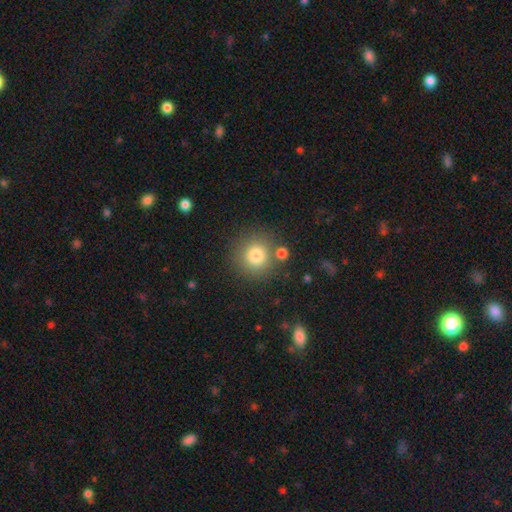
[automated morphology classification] A smooth galaxy with no disk features (79%) that is round (93%). Merging: none (83%).